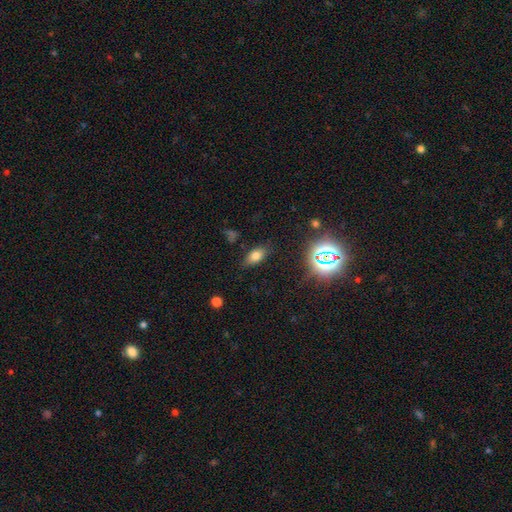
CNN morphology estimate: Smooth or featured? Predicted: smooth (p=0.71). How rounded? Predicted: in between (p=0.86). Merging? Predicted: none (p=0.83).